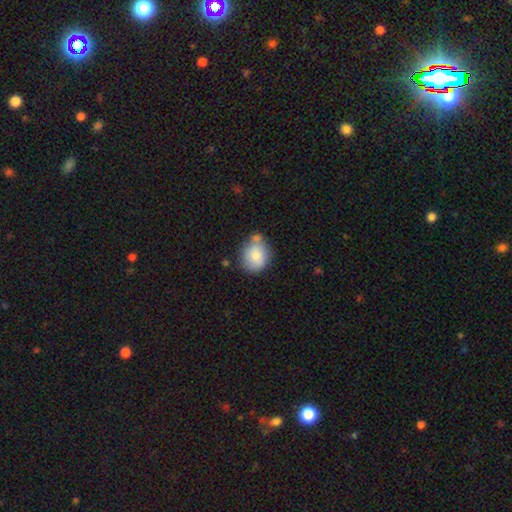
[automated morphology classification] Q: Smooth or featured?
A: smooth (79%); runner-up: featured or disk (14%)
Q: How rounded?
A: round (71%); runner-up: in between (28%)
Q: Merging?
A: none (54%); runner-up: minor disturbance (21%)